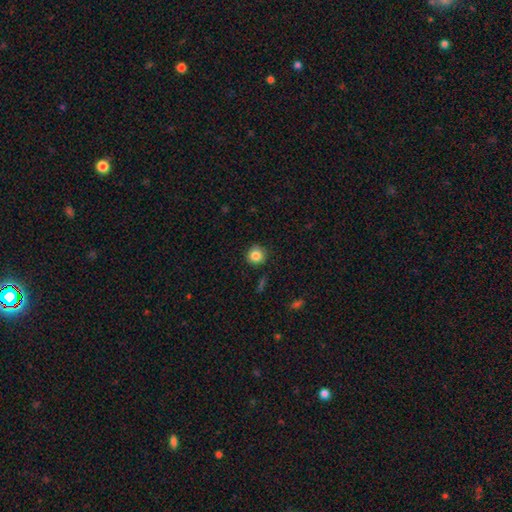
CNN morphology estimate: Overall: smooth (84%). How rounded: round (93%). Merging: none (88%).